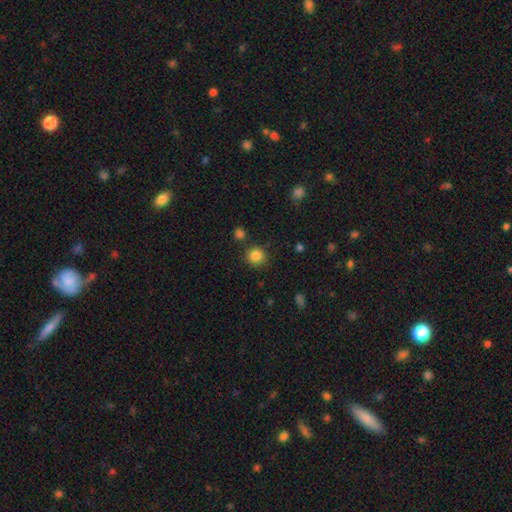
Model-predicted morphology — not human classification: Smooth or featured? smooth (85%)
How rounded? round (92%)
Merging? none (85%)